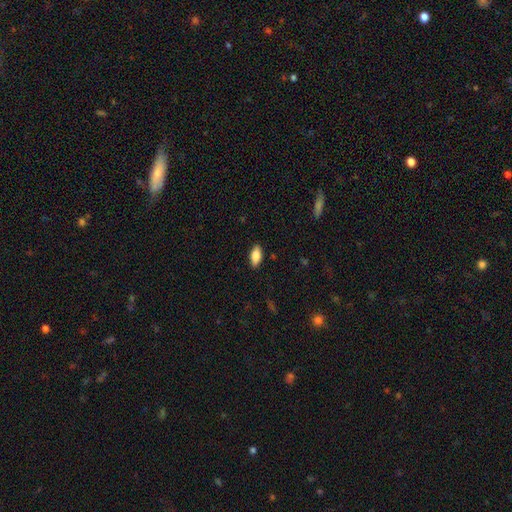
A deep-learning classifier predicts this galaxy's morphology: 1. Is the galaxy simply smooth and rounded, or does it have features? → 82% smooth, 11% featured or disk, 7% star or artifact.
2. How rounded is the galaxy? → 86% in between, 12% cigar-shaped, 2% round.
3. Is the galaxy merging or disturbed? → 88% none, 9% minor disturbance, 2% major disturbance, 1% merger.